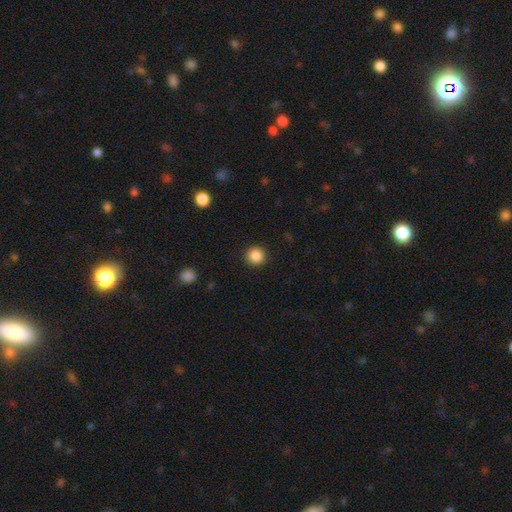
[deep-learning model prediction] This is clearly a smooth galaxy (87%). How rounded: clearly round (93%). Merging: clearly none (92%).